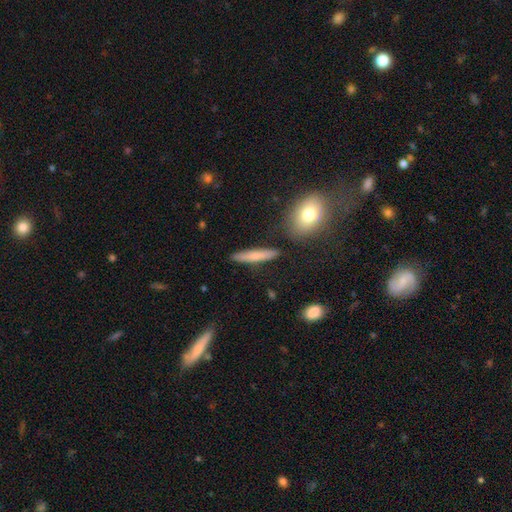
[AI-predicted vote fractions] Smooth or featured: smooth — 69% (featured or disk — 24%)
How rounded: cigar-shaped — 89% (in between — 8%)
Merging: none — 87% (minor disturbance — 8%)